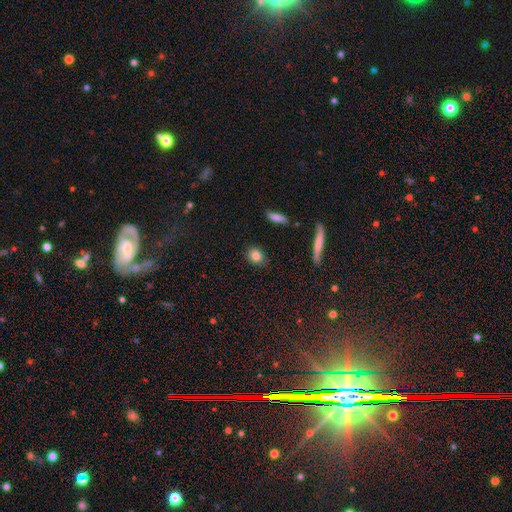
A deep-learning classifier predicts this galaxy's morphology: smooth 83%, star or artifact 9%, featured or disk 8%. Down the decision tree: how rounded — round (59%); merging — none (85%).